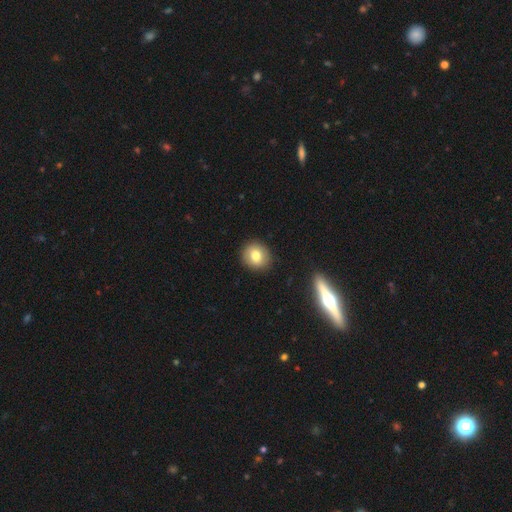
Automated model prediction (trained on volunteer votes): Smooth or featured? Predicted: smooth (p=0.78). How rounded? Predicted: round (p=0.83). Merging? Predicted: none (p=0.90).